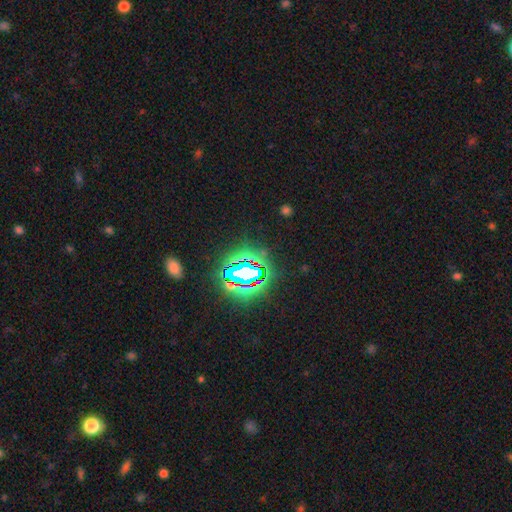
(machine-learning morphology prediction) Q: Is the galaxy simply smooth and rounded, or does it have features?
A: star or artifact — 82%.